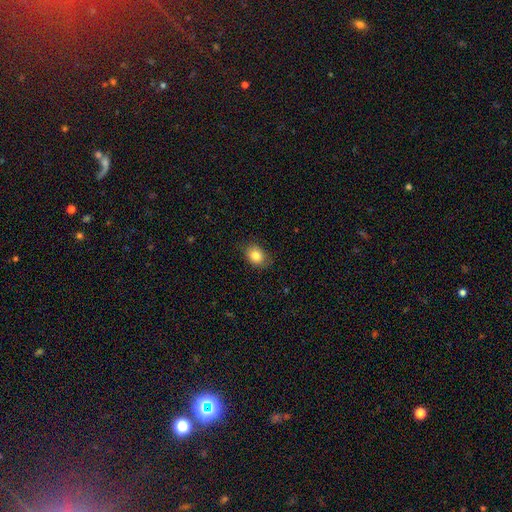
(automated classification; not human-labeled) Smooth or featured: smooth — 83% (star or artifact — 9%)
How rounded: in between — 61% (round — 38%)
Merging: none — 81% (minor disturbance — 15%)